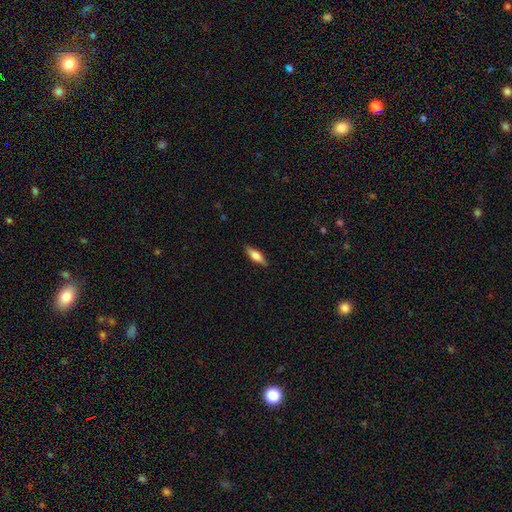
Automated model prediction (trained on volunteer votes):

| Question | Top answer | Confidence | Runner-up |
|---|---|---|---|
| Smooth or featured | smooth | 67% | featured or disk (26%) |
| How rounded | in between | 57% | cigar-shaped (40%) |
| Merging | none | 86% | minor disturbance (11%) |